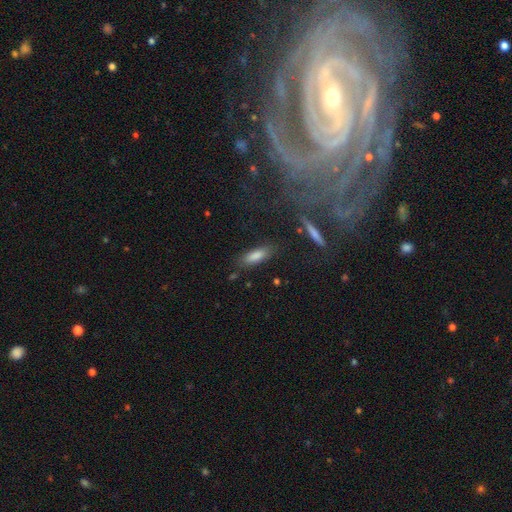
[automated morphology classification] Q: Smooth or featured?
A: smooth (83%); runner-up: featured or disk (9%)
Q: How rounded?
A: in between (58%); runner-up: cigar-shaped (40%)
Q: Merging?
A: none (81%); runner-up: minor disturbance (13%)